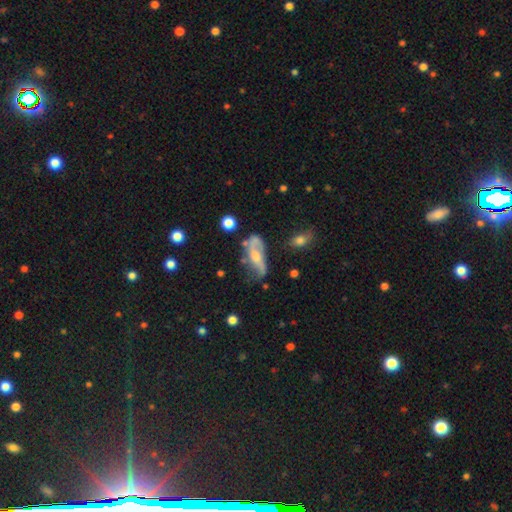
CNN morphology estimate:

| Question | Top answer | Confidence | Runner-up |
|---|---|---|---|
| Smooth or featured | featured or disk | 66% | smooth (26%) |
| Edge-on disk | no | 84% | yes (16%) |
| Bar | no | 55% | weak (31%) |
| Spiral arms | yes | 78% | no (22%) |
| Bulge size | moderate | 53% | small (32%) |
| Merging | none | 43% | minor disturbance (27%) |